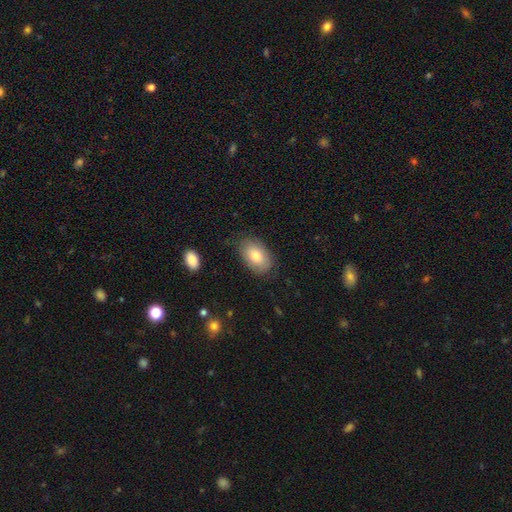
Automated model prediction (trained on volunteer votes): Morphology: type=smooth (78%); roundness=in between (91%); merging=none (80%).